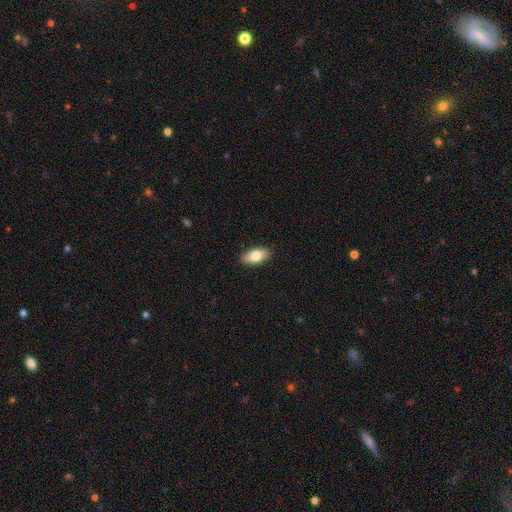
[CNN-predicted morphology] Smooth or featured: smooth — 80% (featured or disk — 14%)
How rounded: in between — 90% (cigar-shaped — 7%)
Merging: none — 88% (minor disturbance — 9%)